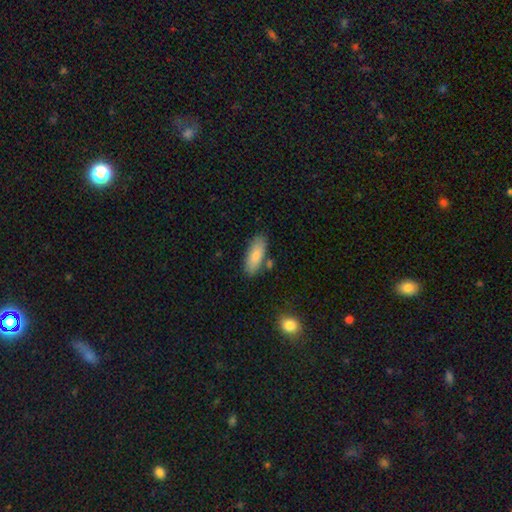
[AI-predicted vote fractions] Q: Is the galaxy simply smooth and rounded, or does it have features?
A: smooth — 82%.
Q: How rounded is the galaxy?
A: in between — 78%.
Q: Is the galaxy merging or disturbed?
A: none — 76%.